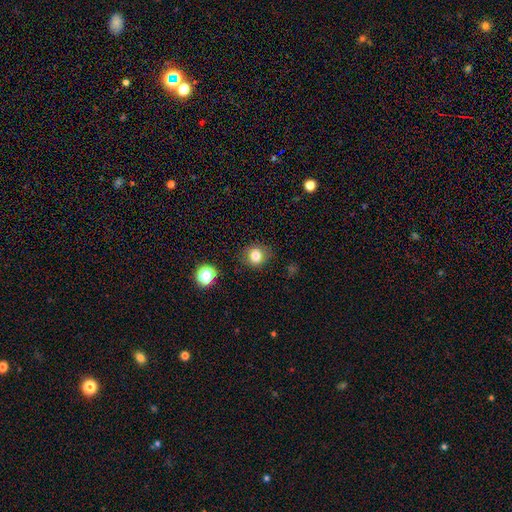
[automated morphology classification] This is clearly a smooth galaxy (82%). How rounded: clearly round (81%). Merging: clearly none (85%).